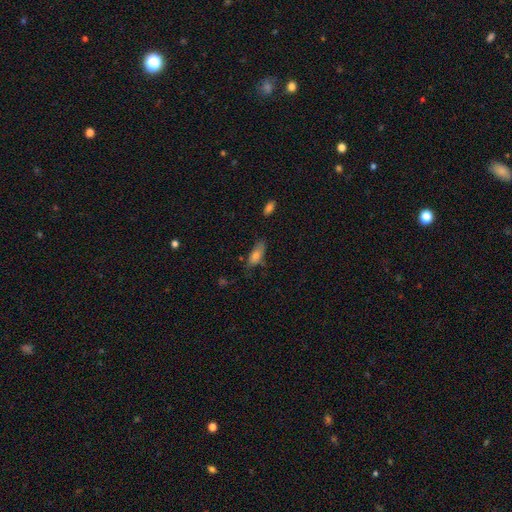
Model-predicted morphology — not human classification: A smooth galaxy with no disk features (74%) that is in between round and cigar-shaped (71%). Merging: none (62%).